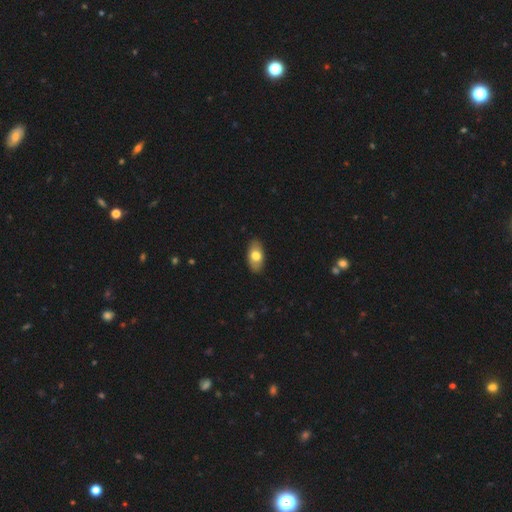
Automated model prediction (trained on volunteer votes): The model was most divided on "smooth or featured": smooth: 73%, featured or disk: 21%, star or artifact: 6%. More confident: how rounded — in between (93%); merging — none (88%).